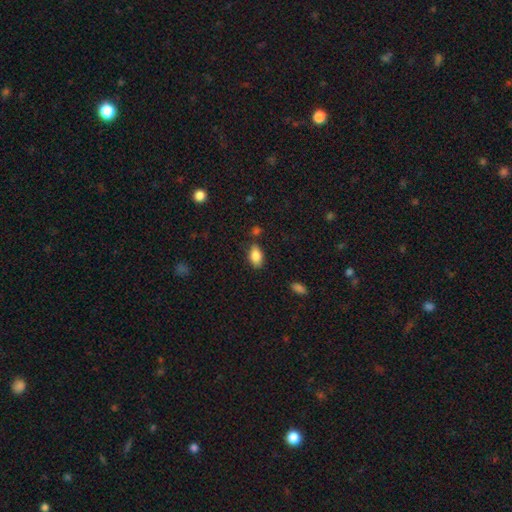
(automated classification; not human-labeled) Smooth or featured? smooth (86%)
How rounded? in between (91%)
Merging? none (75%)